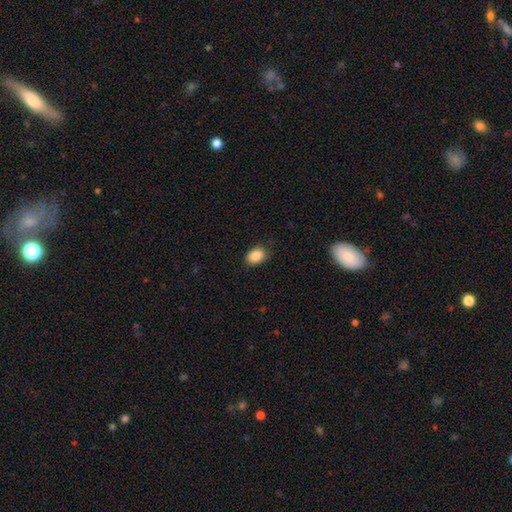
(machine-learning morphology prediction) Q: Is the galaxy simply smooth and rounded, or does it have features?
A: smooth — 87%.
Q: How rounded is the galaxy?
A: in between — 75%.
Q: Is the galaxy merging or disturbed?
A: none — 85%.